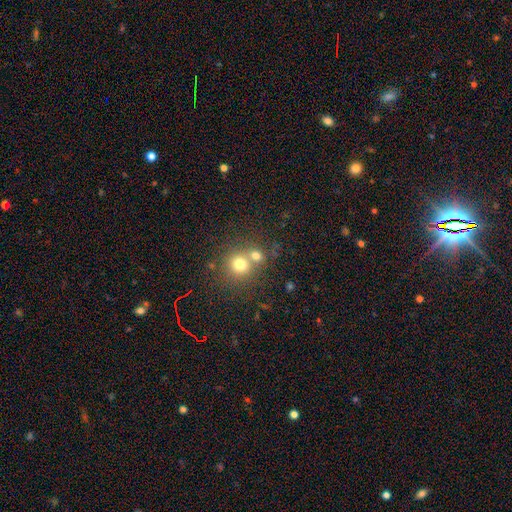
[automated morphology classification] smooth-or-featured: smooth: 73% | star or artifact: 15% | featured or disk: 12%
  how-rounded: round: 84% | in between: 15% | cigar-shaped: 1%
  merging: merger: 45% (tied) | none: 45% (tied) | minor disturbance: 6% | major disturbance: 3%